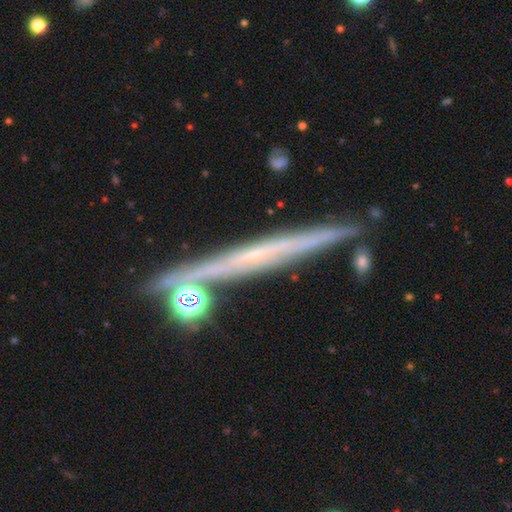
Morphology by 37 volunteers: featured or disk 76%, smooth 19%, star or artifact 5%. Down the decision tree: edge-on disk — yes (100%); edge-on bulge — none (57%); merging — none (83%).